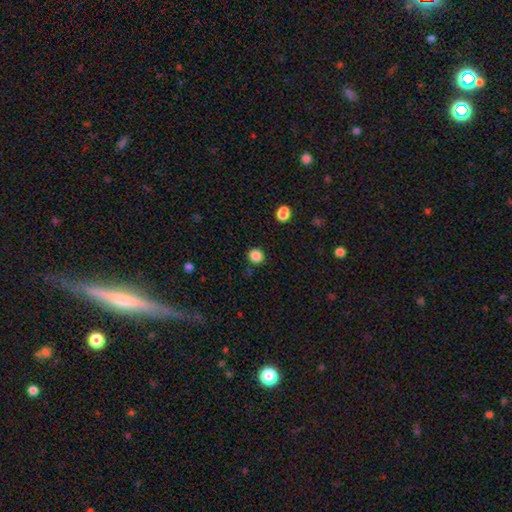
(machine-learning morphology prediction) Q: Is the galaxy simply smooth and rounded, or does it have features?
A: smooth — 86%.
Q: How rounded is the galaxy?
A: round — 90%.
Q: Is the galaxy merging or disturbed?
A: none — 87%.